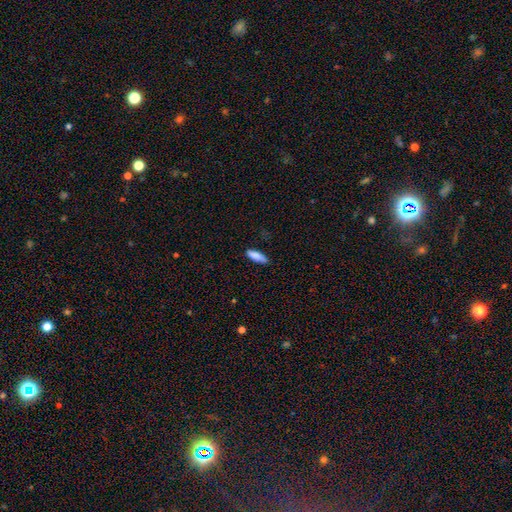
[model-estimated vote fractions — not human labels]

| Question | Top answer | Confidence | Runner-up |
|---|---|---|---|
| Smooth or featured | smooth | 86% | featured or disk (7%) |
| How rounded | cigar-shaped | 52% | in between (46%) |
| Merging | none | 80% | minor disturbance (16%) |